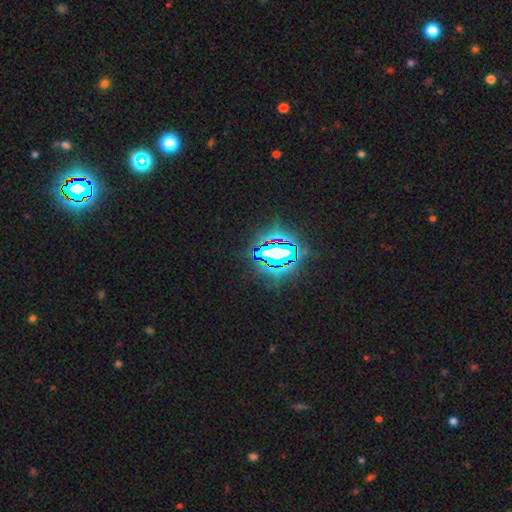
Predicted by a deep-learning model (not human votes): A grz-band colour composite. It shows a star or artifact, not a galaxy (84%).